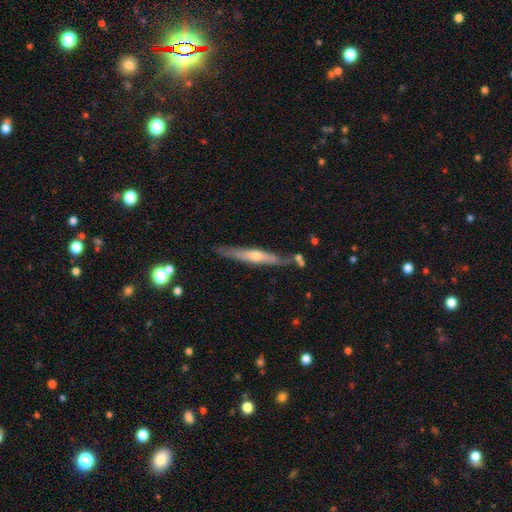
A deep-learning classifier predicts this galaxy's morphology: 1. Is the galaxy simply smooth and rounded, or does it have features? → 67% featured or disk, 27% smooth, 7% star or artifact.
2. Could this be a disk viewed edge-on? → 92% yes, 8% no.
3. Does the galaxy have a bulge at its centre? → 72% rounded, 22% none, 6% boxy.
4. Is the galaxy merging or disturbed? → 78% none, 14% minor disturbance, 5% merger, 3% major disturbance.